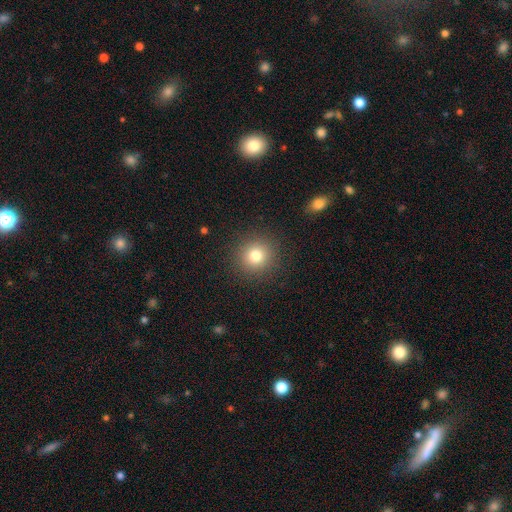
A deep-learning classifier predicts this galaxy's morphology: The model was most divided on "smooth or featured": smooth: 78%, star or artifact: 13%, featured or disk: 8%. More confident: how rounded — round (92%); merging — none (90%).